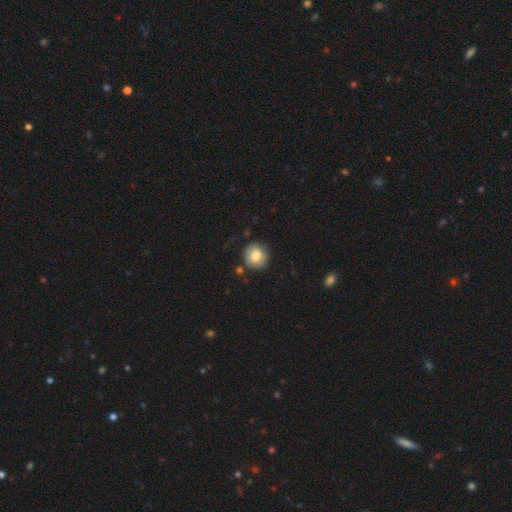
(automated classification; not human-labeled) Smooth or featured: smooth — 79% (featured or disk — 13%)
How rounded: round — 82% (in between — 17%)
Merging: none — 78% (minor disturbance — 15%)